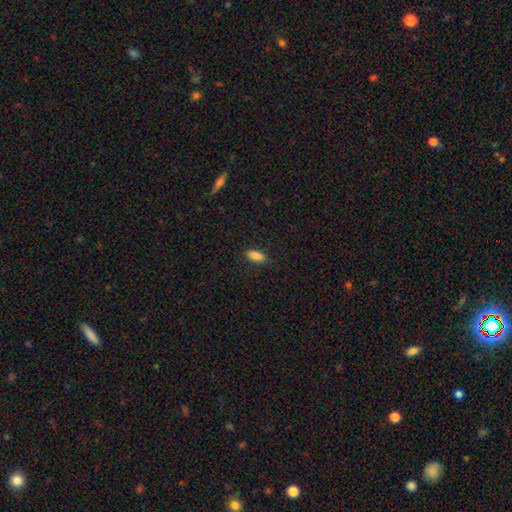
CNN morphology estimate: Smooth or featured?
  - smooth: 87% *
  - star or artifact: 8%
  - featured or disk: 5%
How rounded?
  - in between: 85% *
  - cigar-shaped: 12%
  - round: 3%
Merging?
  - none: 88% *
  - minor disturbance: 9%
  - major disturbance: 2%
  - merger: 1%